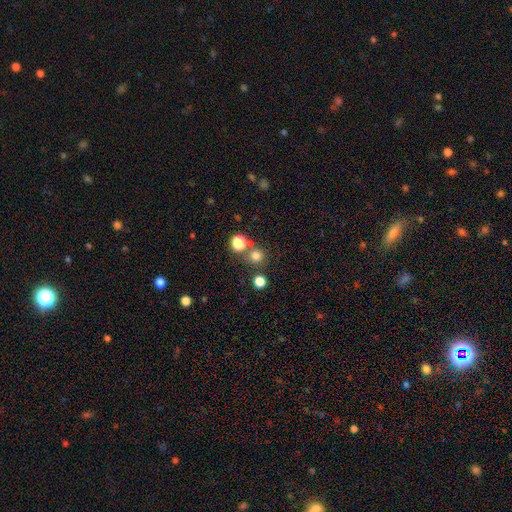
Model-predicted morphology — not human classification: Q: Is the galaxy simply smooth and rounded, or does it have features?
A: smooth — 76%.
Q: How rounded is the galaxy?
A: round — 91%.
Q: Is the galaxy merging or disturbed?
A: none — 72%.